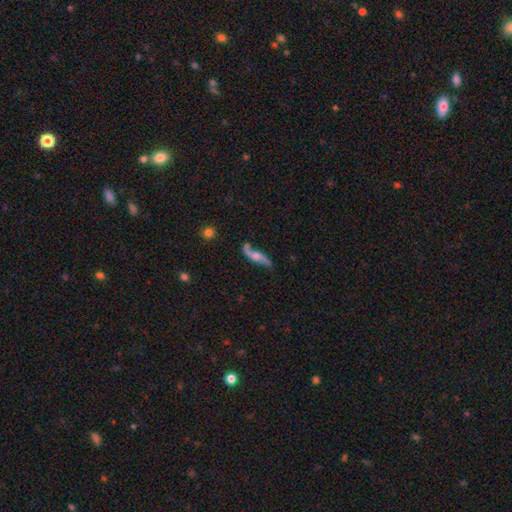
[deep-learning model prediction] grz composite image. It shows a featured or disk galaxy (71%) with no bar (62%), spiral arms (90%) and a moderate central bulge (44%). Merging: none (60%).